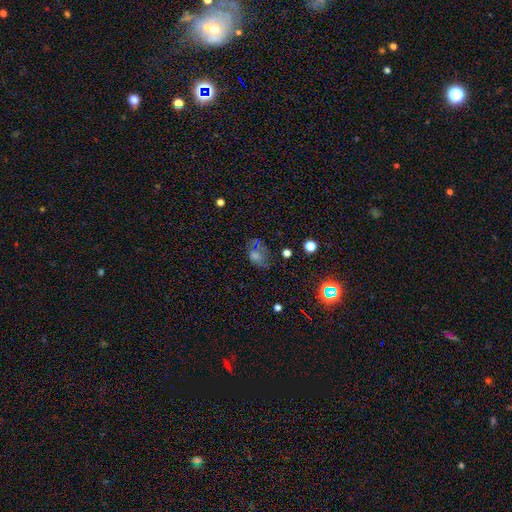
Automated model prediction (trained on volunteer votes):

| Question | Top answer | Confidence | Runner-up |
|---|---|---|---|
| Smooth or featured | smooth | 40% | star or artifact (36%) |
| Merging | none | 51% | minor disturbance (22%) |